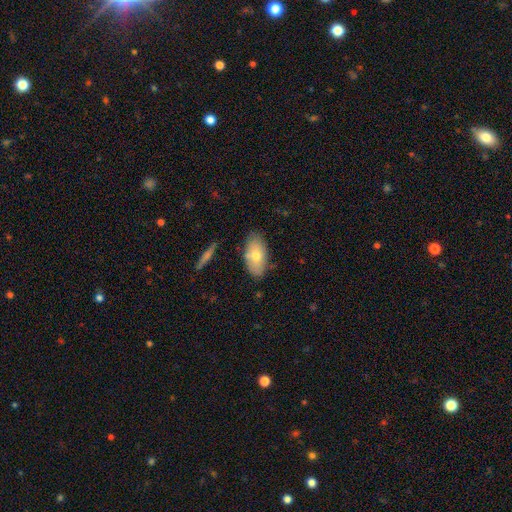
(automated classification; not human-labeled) Smooth or featured? smooth (68%)
How rounded? in between (92%)
Merging? none (75%)